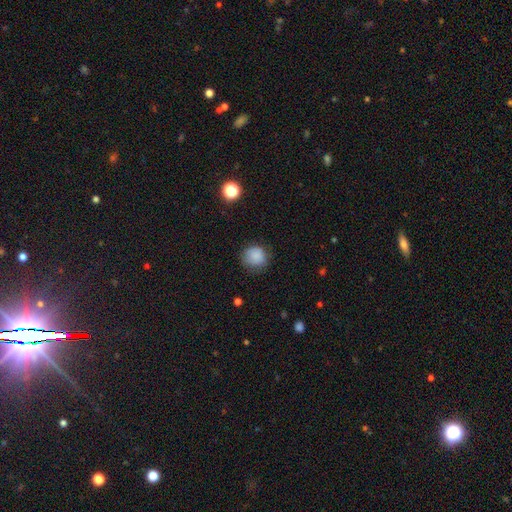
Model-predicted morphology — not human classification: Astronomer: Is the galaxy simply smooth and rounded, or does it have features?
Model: smooth — 85%.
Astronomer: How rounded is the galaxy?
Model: round — 83%.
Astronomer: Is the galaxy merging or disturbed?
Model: none — 71%.